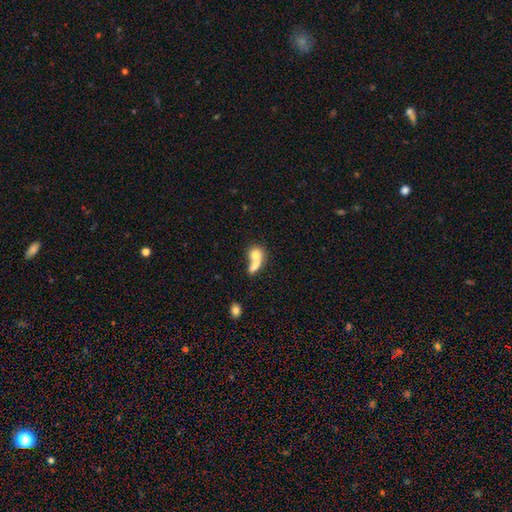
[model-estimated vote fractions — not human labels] A smooth galaxy with no disk features (73%) that is round (55%).

Vote fractions:
- Smooth or featured? smooth: 73% / featured or disk: 18% / star or artifact: 8%
- How rounded? round: 55% / in between: 39% / cigar-shaped: 6%
- Merging? merger: 67% / none: 22% / minor disturbance: 6% / major disturbance: 5%